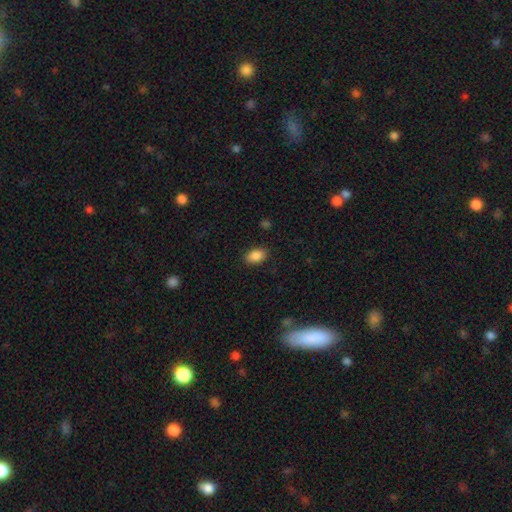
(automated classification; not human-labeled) smooth-or-featured: smooth: 88% | star or artifact: 8% | featured or disk: 4%
  how-rounded: in between: 89% | round: 10% | cigar-shaped: 2%
  merging: none: 87% | minor disturbance: 9% | major disturbance: 3% | merger: 1%